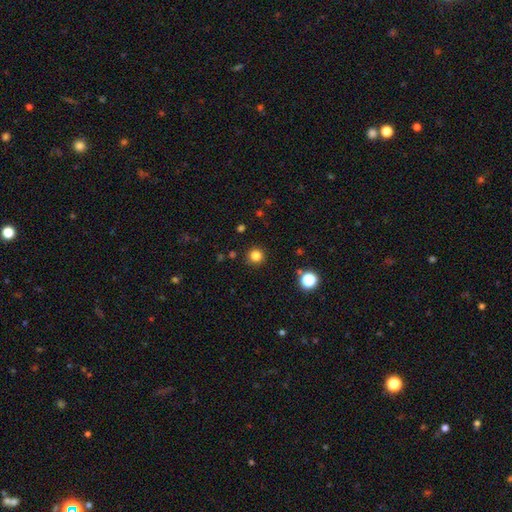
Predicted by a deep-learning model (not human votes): A smooth galaxy with no disk features (82%) that is round (94%). Merging: none (90%).